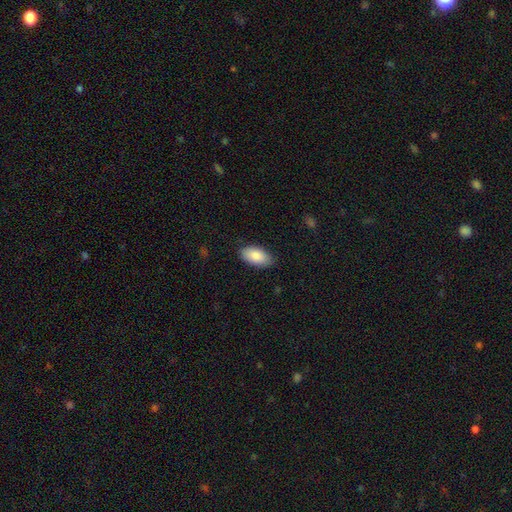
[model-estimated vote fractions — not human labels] This is clearly a smooth galaxy (86%). How rounded: clearly in between (94%). Merging: clearly none (84%).